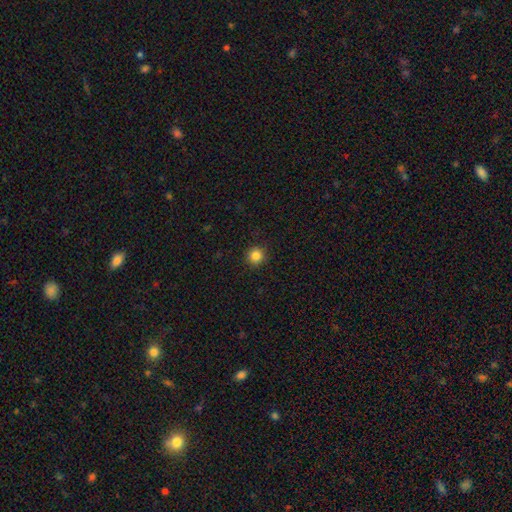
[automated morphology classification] smooth 84%, star or artifact 11%, featured or disk 4%. Down the decision tree: how rounded — round (95%); merging — none (92%).